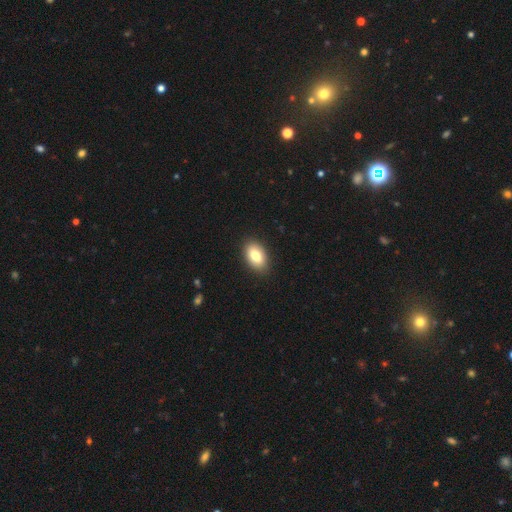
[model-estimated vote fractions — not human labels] smooth-or-featured: smooth: 81% | featured or disk: 12% | star or artifact: 7%
  how-rounded: in between: 92% | round: 6% | cigar-shaped: 2%
  merging: none: 89% | minor disturbance: 8% | major disturbance: 2% | merger: 1%